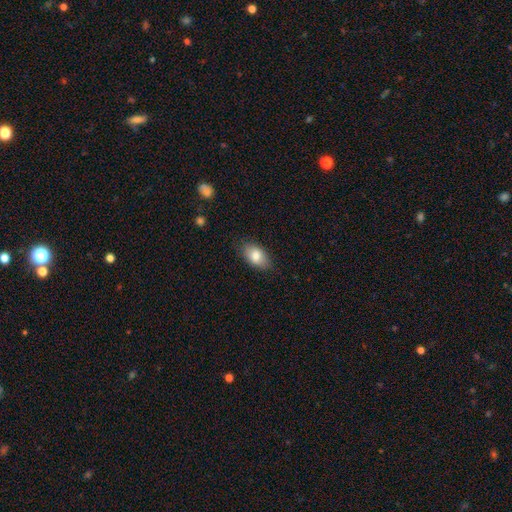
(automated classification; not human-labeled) A smooth galaxy with no disk features (82%) that is in between round and cigar-shaped (91%).

Vote fractions:
- Smooth or featured? smooth: 82% / featured or disk: 11% / star or artifact: 7%
- How rounded? in between: 91% / round: 7% / cigar-shaped: 2%
- Merging? none: 82% / minor disturbance: 15% / major disturbance: 3% / merger: 1%